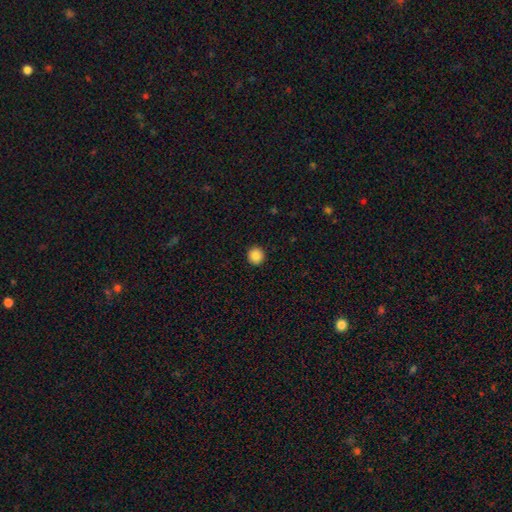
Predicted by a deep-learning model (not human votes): Smooth or featured? smooth (88%)
How rounded? round (93%)
Merging? none (93%)